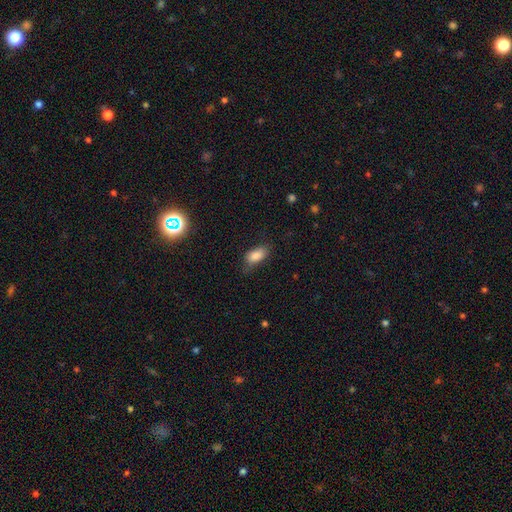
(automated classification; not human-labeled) The model was most divided on "merging": none: 68%, minor disturbance: 23%, major disturbance: 7%, merger: 1%. More confident: how rounded — in between (90%); smooth or featured — smooth (85%).